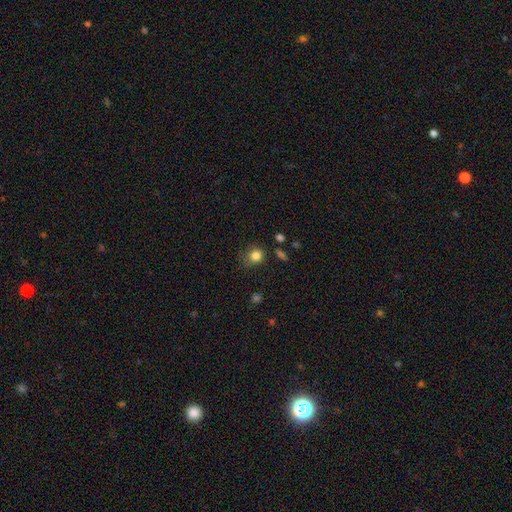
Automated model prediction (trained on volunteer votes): The model was most divided on "merging": none: 65%, minor disturbance: 24%, major disturbance: 8%, merger: 3%. More confident: smooth or featured — smooth (83%); how rounded — round (76%).